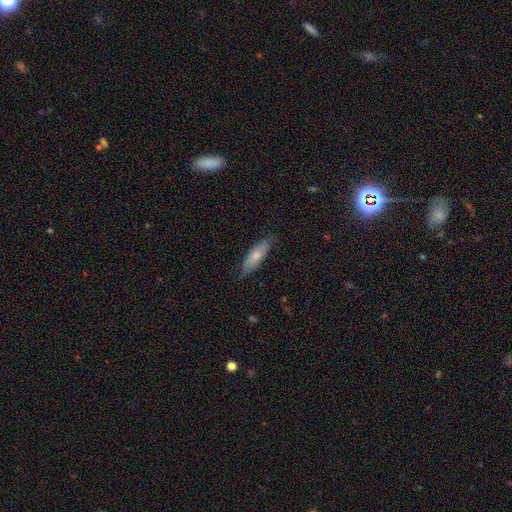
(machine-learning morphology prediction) This appears to be a smooth galaxy with no disk features (67%) that is in between round and cigar-shaped (49%, tied with cigar-shaped). Merging: none (79%).